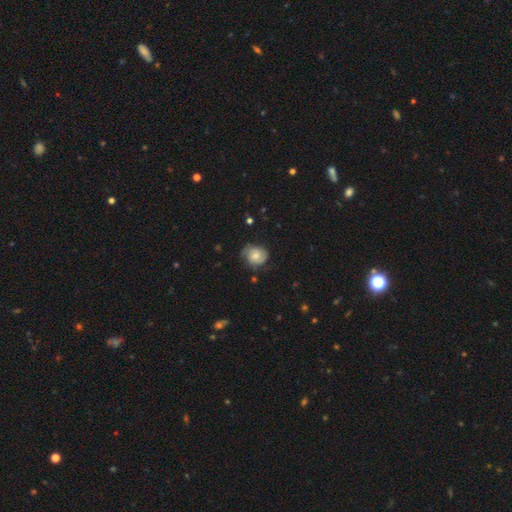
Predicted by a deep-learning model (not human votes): A featured or disk galaxy (54%) with no bar (59%), spiral arms (88%) and a moderate central bulge (51%). Merging: none (67%).